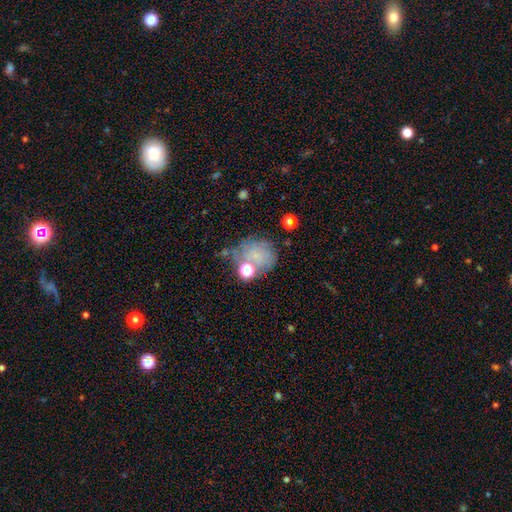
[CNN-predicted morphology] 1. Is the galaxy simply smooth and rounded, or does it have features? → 51% smooth, 27% featured or disk, 21% star or artifact.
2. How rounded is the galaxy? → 69% round, 29% in between, 1% cigar-shaped.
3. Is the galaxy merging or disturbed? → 47% none, 22% minor disturbance, 17% major disturbance, 14% merger.